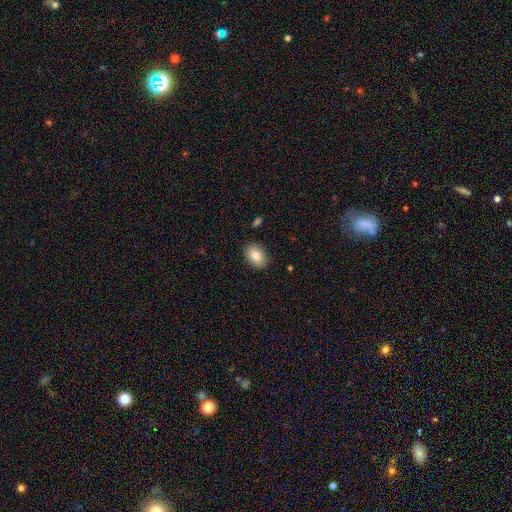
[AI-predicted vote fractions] Smooth or featured? smooth (82%)
How rounded? in between (81%)
Merging? none (88%)